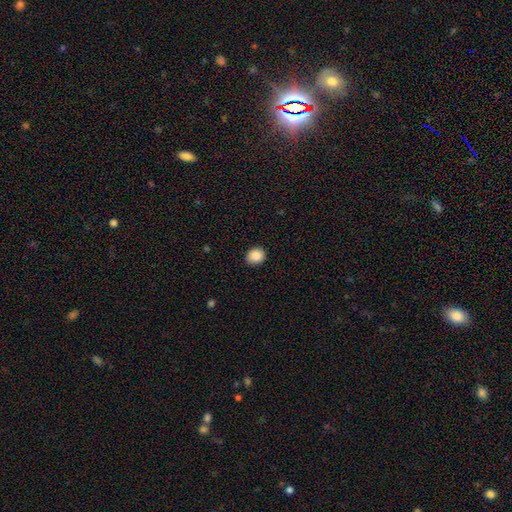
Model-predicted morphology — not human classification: type=smooth (89%); roundness=round (71%); merging=none (88%).